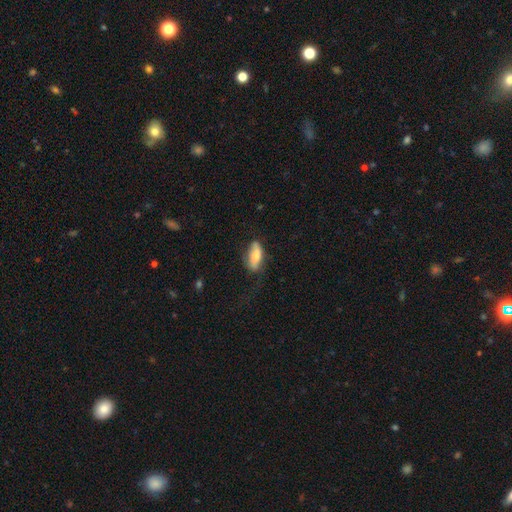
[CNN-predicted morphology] Smooth or featured? smooth (66%)
How rounded? in between (79%)
Merging? none (64%)